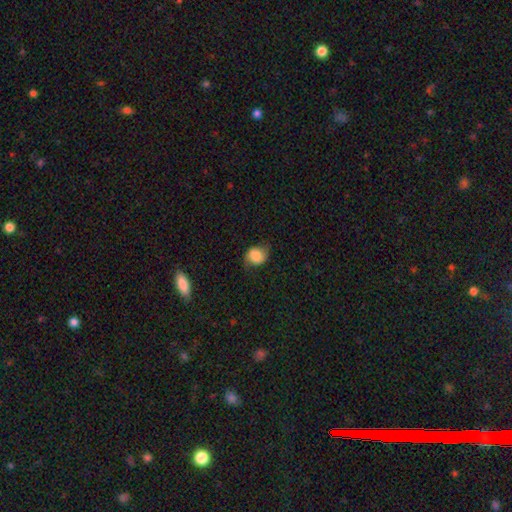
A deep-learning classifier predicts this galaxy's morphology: type=smooth (67%); roundness=round (63%); merging=none (63%).